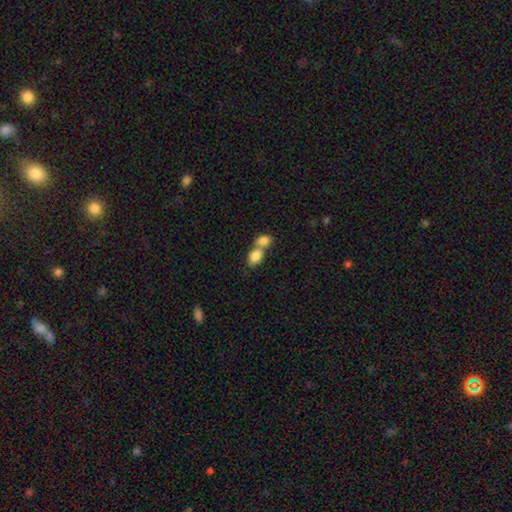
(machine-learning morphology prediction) This appears to be a smooth galaxy with no disk features (83%) that is in between round and cigar-shaped (78%). Merging: merger (70%).